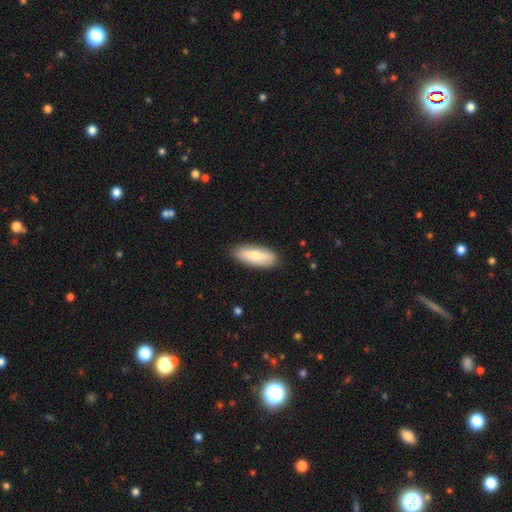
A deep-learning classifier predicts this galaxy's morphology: The model was most divided on "how rounded": in between: 68%, cigar-shaped: 30%, round: 2%. More confident: merging — none (86%); smooth or featured — smooth (75%).